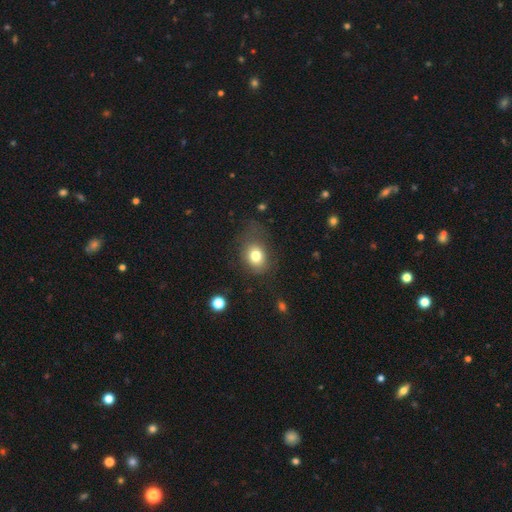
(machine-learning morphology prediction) smooth_or_featured: smooth (p=0.78) [alt: featured or disk p=0.12]
how_rounded: in between (p=0.56) [alt: round p=0.43]
merging: none (p=0.58) [alt: minor disturbance p=0.24]